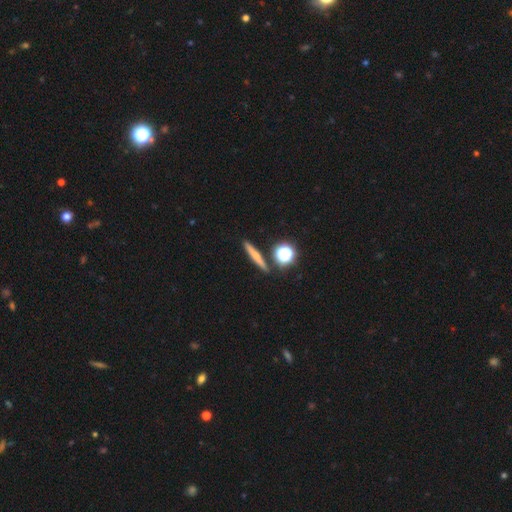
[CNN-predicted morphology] Overall: smooth (50%; featured or disk 36%). Merging: none (87%).